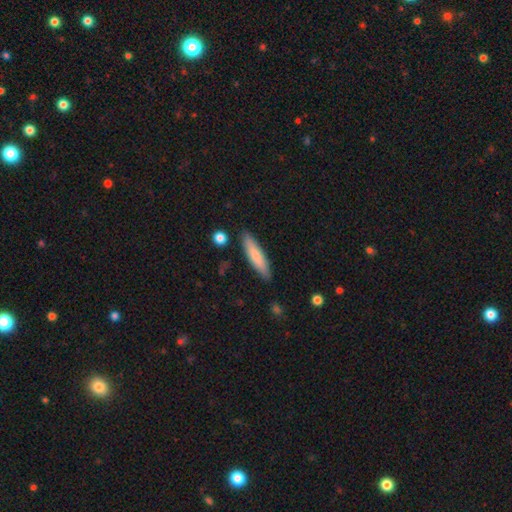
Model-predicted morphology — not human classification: smooth-or-featured: smooth: 75% | featured or disk: 19% | star or artifact: 6%
  how-rounded: cigar-shaped: 81% | in between: 18% | round: 1%
  merging: none: 87% | minor disturbance: 9% | major disturbance: 2% | merger: 2%